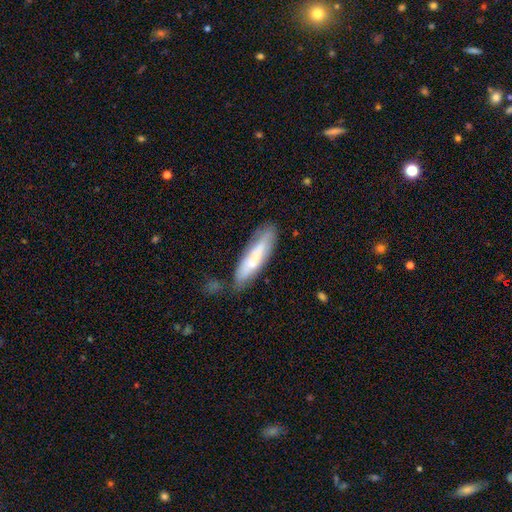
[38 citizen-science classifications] Smooth or featured? smooth (53%)
How rounded? cigar-shaped (75%)
Merging? none (62%)